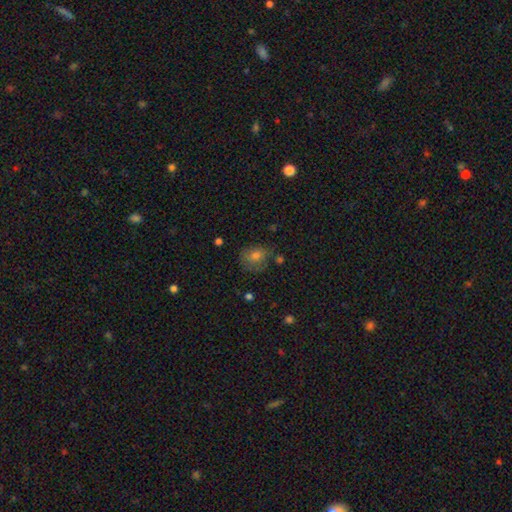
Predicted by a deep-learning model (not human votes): smooth 71%, featured or disk 15%, star or artifact 14%. Down the decision tree: how rounded — round (59%); merging — none (63%).